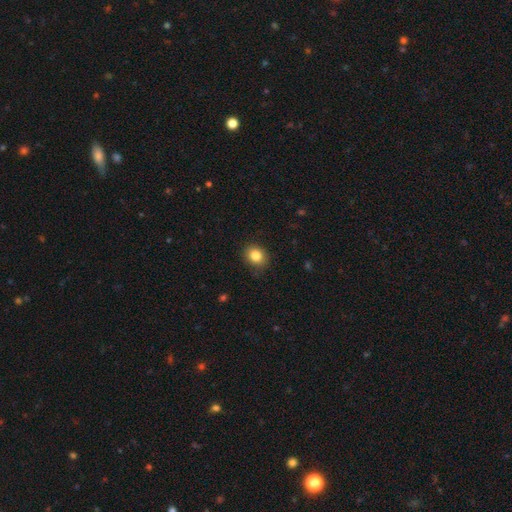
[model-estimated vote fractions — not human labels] Smooth or featured: smooth — 85% (star or artifact — 10%)
How rounded: round — 58% (in between — 41%)
Merging: none — 87% (minor disturbance — 10%)